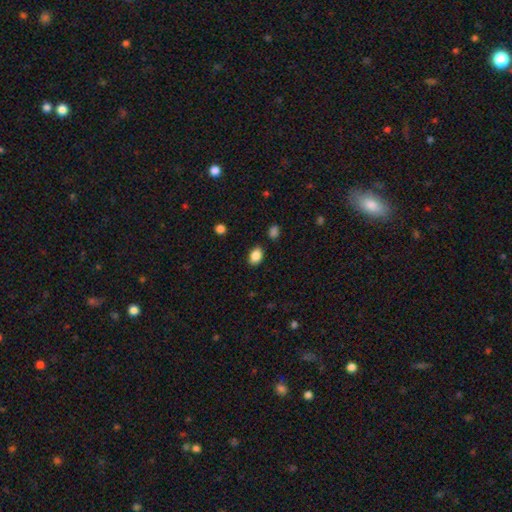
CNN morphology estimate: A smooth galaxy with no disk features (86%) that is in between round and cigar-shaped (80%). Merging: none (85%).